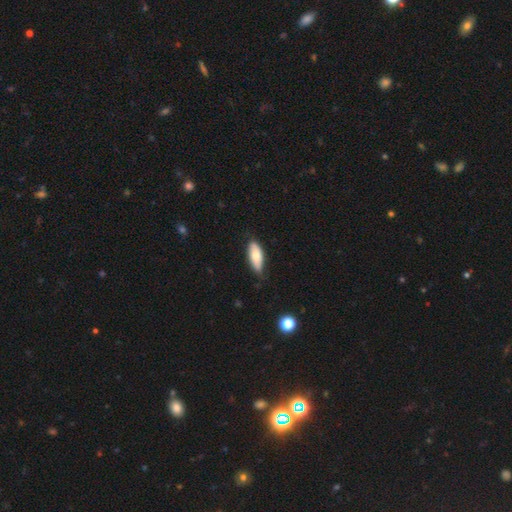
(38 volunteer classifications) Volunteers were most divided on "merging": none: 73%, minor disturbance: 27%, major disturbance: 0%, merger: 0%. More confident: how rounded — in between (80%); smooth or featured — smooth (79%).